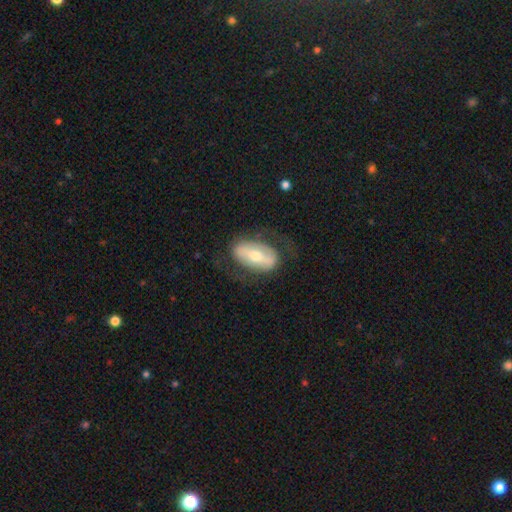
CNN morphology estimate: smooth-or-featured: featured or disk: 58% | smooth: 36% | star or artifact: 6%
  disk-edge-on: no: 87% | yes: 13%
    bar: strong: 52% | weak: 27% | no: 21%
    has-spiral-arms: no: 53% | yes: 47%
    bulge-size: moderate: 60% | small: 31% | large: 6% | none: 1% | dominant: 1%
  merging: none: 66% | minor disturbance: 19% | major disturbance: 14% | merger: 1%